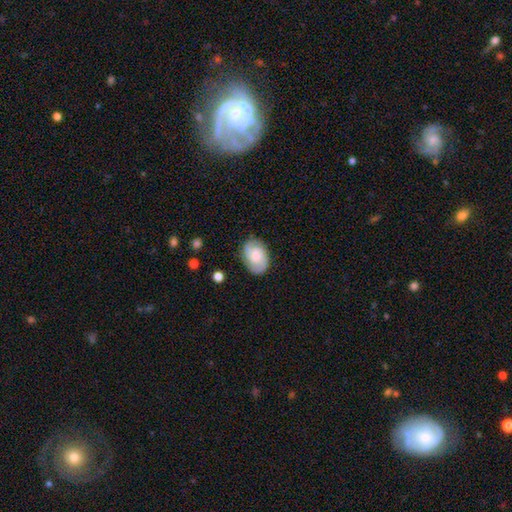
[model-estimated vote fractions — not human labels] Overall: featured or disk (53%; smooth 40%). Edge-on disk: no (97%). Bar: no (63%; weak 32%). Spiral arms: yes (89%). Bulge size: moderate (37%; small 26%). Merging: none (82%).